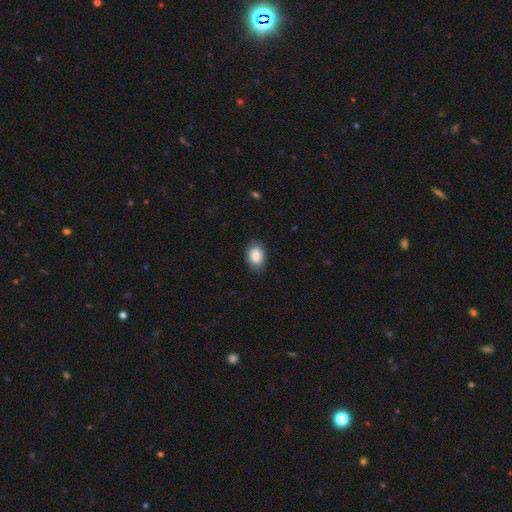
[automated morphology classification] Smooth or featured?
  - smooth: 88% *
  - star or artifact: 7%
  - featured or disk: 5%
How rounded?
  - in between: 84% *
  - round: 15%
  - cigar-shaped: 1%
Merging?
  - none: 86% *
  - minor disturbance: 11%
  - major disturbance: 2%
  - merger: 1%